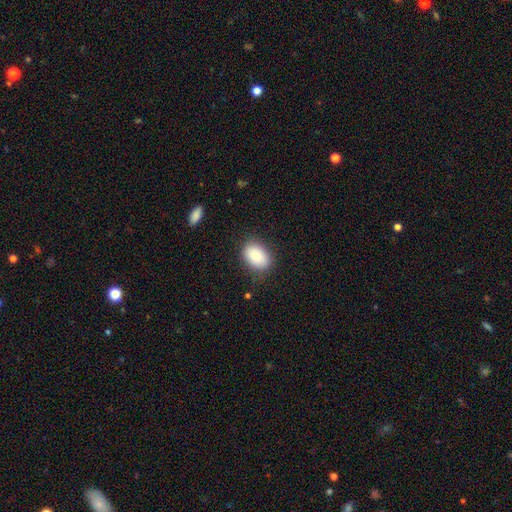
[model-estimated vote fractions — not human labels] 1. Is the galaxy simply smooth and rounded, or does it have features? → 82% smooth, 10% featured or disk, 8% star or artifact.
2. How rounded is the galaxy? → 81% in between, 18% round, 1% cigar-shaped.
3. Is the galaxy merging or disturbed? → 82% none, 13% minor disturbance, 3% major disturbance, 1% merger.